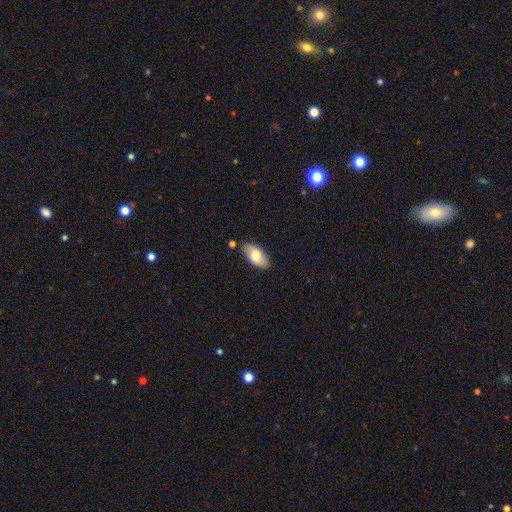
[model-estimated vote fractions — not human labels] Smooth or featured? Predicted: smooth (p=0.73). How rounded? Predicted: in between (p=0.94). Merging? Predicted: none (p=0.83).